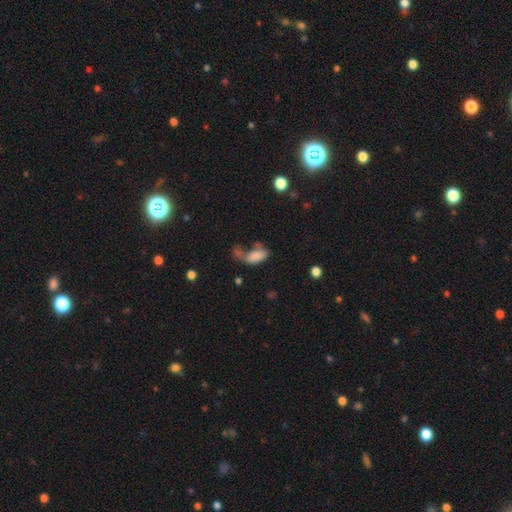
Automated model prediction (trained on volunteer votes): A smooth galaxy with no disk features (79%) that is in between round and cigar-shaped (91%). Merging: merger (30%).